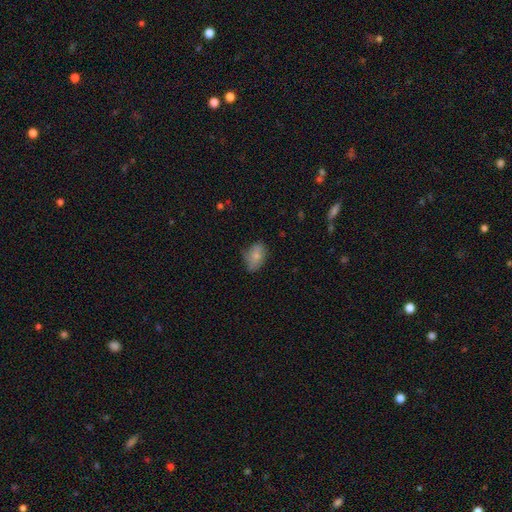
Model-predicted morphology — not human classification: Overall: smooth (75%). How rounded: in between (81%). Merging: none (60%; minor disturbance 32%).